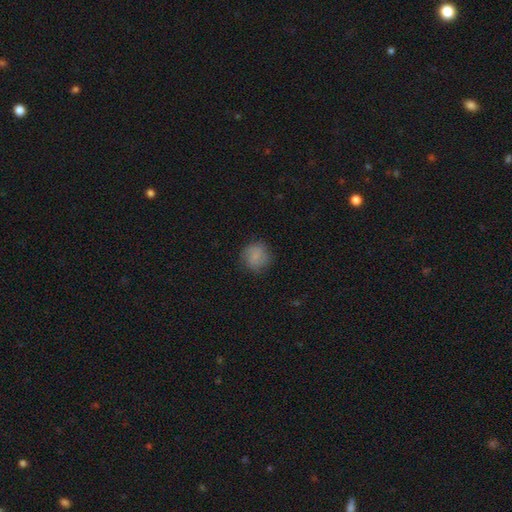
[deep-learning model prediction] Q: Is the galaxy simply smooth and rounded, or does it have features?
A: smooth — 76%.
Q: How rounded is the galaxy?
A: round — 89%.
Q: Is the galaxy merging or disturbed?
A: none — 82%.